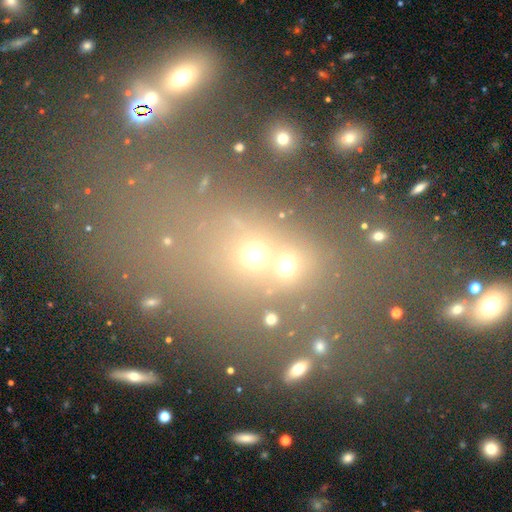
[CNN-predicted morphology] smooth 53%, star or artifact 33%, featured or disk 14%. Down the decision tree: how rounded — round (68%); merging — none (44%).